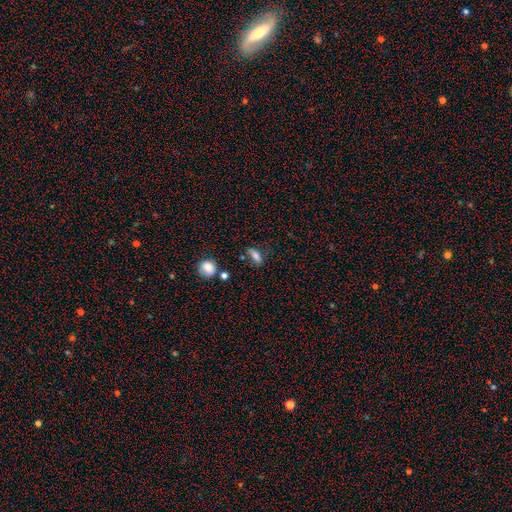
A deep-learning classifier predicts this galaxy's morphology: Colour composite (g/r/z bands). It shows a smooth galaxy with no disk features (76%) that is in between round and cigar-shaped (65%). Merging: none (64%).